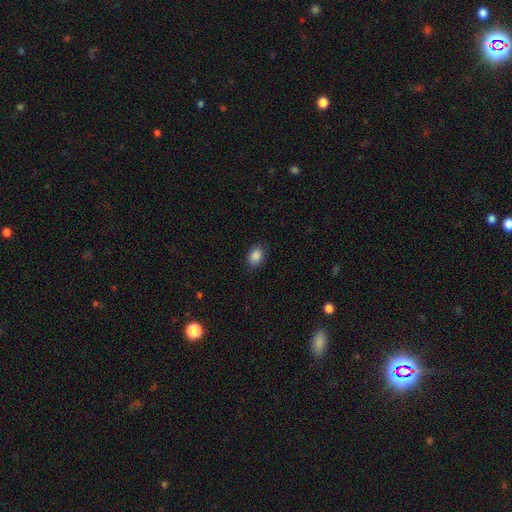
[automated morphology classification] Smooth or featured: smooth — 87% (star or artifact — 9%)
How rounded: in between — 67% (round — 32%)
Merging: none — 86% (minor disturbance — 10%)